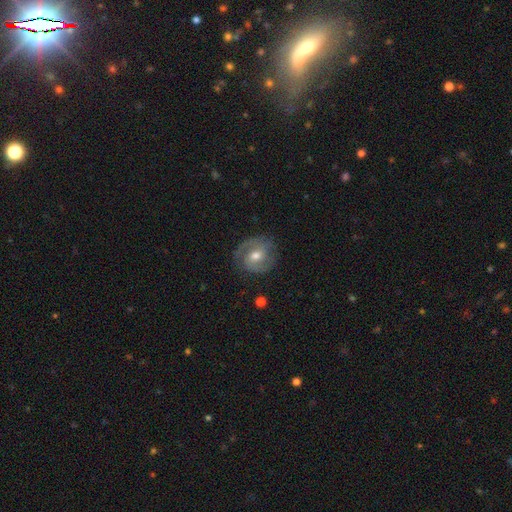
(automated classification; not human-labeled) Morphology: type=featured or disk (72%); edge-on=no (97%); bar=weak (45%); spiral arms=yes (91%); winding=medium (45%); arm count=2 (76%); bulge=moderate (69%); merging=none (76%).